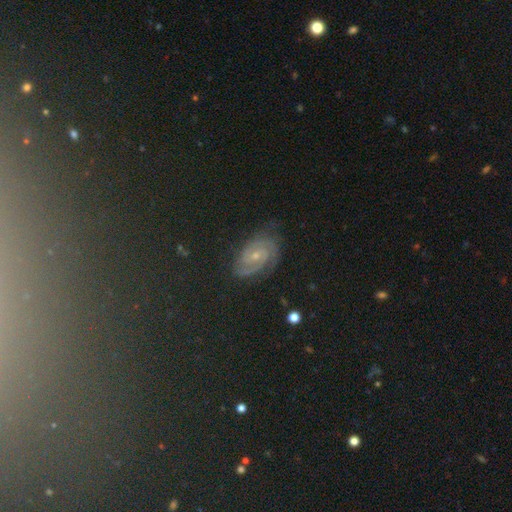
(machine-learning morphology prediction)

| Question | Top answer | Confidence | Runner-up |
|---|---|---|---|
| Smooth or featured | featured or disk | 68% | star or artifact (20%) |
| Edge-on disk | no | 97% | yes (3%) |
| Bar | no | 65% | weak (28%) |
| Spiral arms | yes | 95% | no (5%) |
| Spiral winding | tight | 66% | medium (26%) |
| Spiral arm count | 2 | 63% | can't tell (14%) |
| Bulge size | small | 67% | moderate (29%) |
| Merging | none | 75% | minor disturbance (17%) |